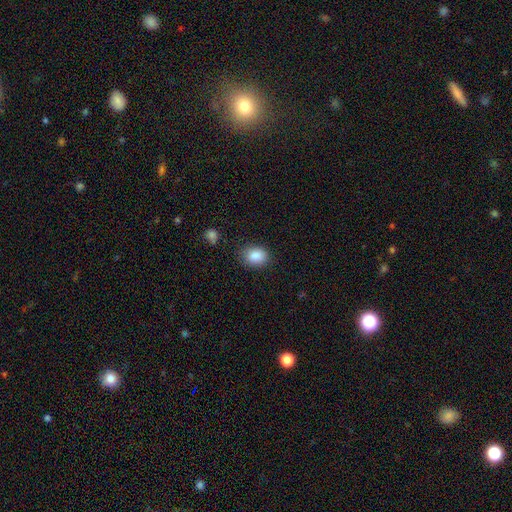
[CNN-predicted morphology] Q: Smooth or featured?
A: smooth (87%); runner-up: star or artifact (8%)
Q: How rounded?
A: in between (66%); runner-up: round (33%)
Q: Merging?
A: none (80%); runner-up: minor disturbance (14%)